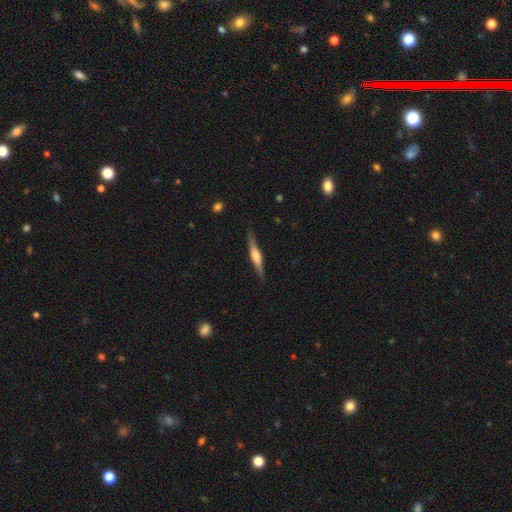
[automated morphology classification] smooth_or_featured: featured or disk (p=0.66) [alt: smooth p=0.28]
disk_edge_on: yes (p=0.97) [alt: no p=0.03]
edge_on_bulge: rounded (p=0.74) [alt: boxy p=0.19]
merging: none (p=0.87) [alt: minor disturbance p=0.10]